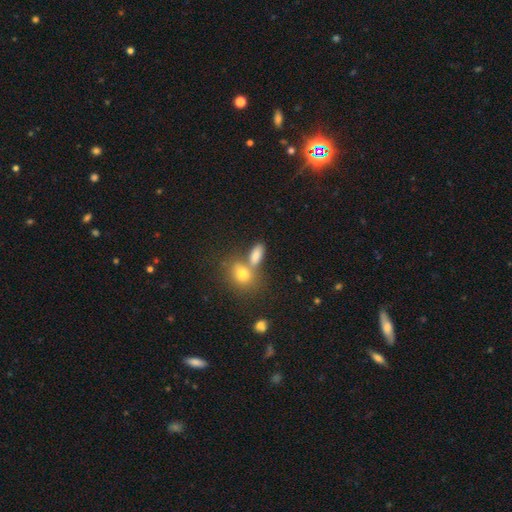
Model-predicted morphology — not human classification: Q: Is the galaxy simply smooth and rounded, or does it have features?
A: smooth — 79%.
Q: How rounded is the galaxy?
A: in between — 78%.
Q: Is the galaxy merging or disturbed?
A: none — 49%.